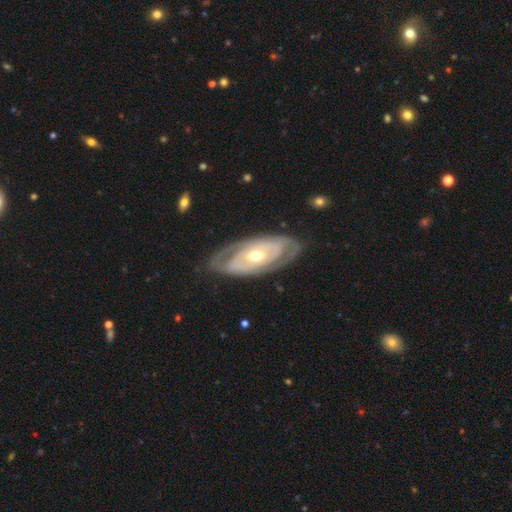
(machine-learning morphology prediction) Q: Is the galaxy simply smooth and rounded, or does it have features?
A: featured or disk — 80%.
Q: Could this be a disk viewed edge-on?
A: no — 91%.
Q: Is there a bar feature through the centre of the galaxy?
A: no — 69%.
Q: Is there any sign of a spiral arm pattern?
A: yes — 66%.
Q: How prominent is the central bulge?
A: moderate — 70%.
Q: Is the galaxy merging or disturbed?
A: none — 79%.